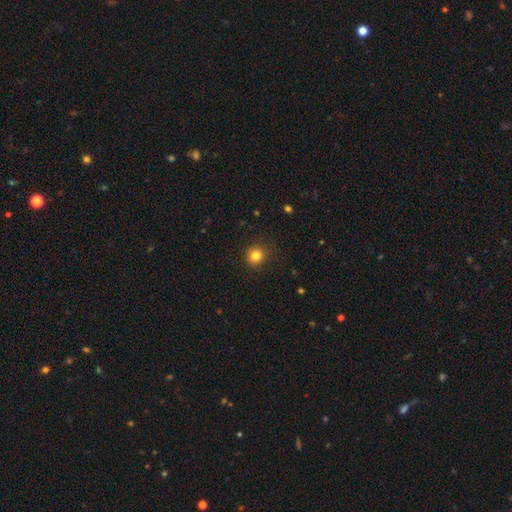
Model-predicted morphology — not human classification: A smooth galaxy with no disk features (82%) that is round (90%). Merging: none (88%).